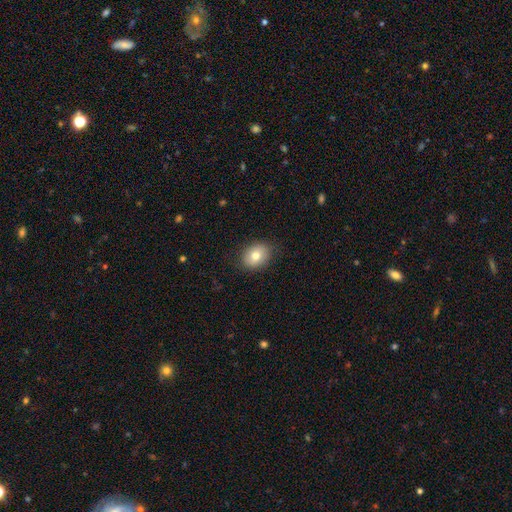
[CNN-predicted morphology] smooth 78%, featured or disk 14%, star or artifact 9%. Down the decision tree: how rounded — in between (56%); merging — none (86%).